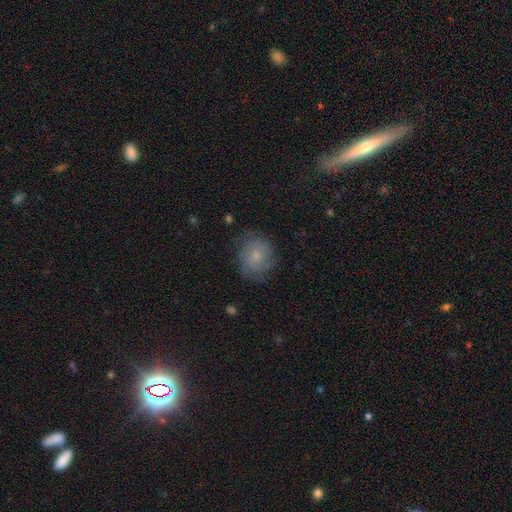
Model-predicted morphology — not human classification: Overall: smooth (58%; featured or disk 32%). How rounded: round (81%). Merging: none (71%).